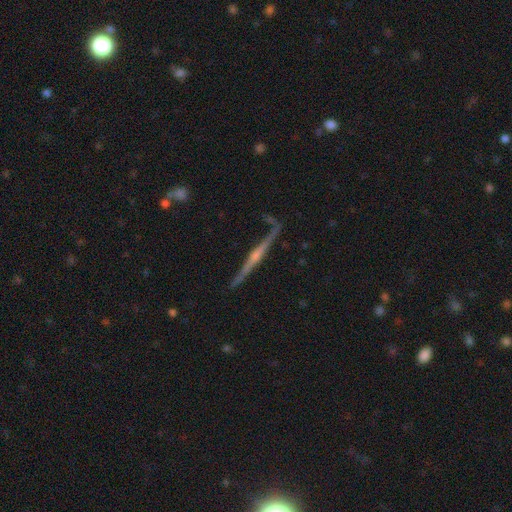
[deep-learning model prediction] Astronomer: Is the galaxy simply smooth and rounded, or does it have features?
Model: featured or disk — 80%.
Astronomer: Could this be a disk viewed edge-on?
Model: yes — 95%.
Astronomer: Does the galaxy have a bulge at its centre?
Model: rounded — 82%.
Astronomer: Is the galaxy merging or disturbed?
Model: none — 80%.